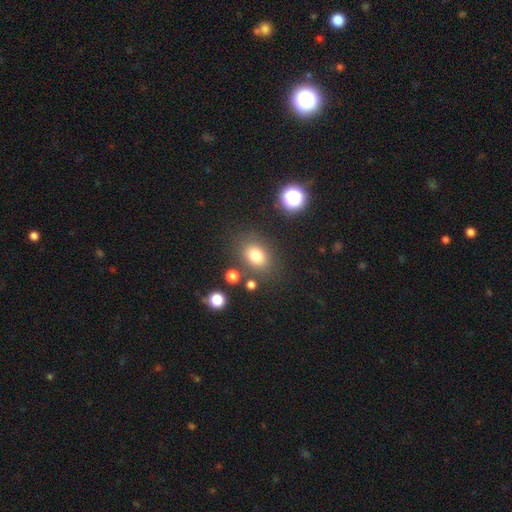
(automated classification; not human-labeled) Overall: smooth (77%). How rounded: in between (59%; round 40%). Merging: none (78%).